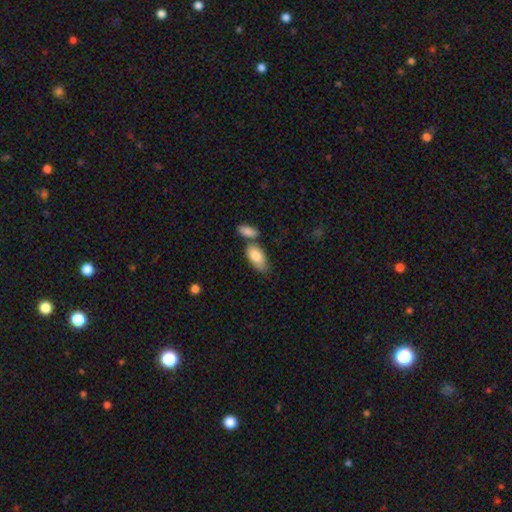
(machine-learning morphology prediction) smooth 84%, featured or disk 11%, star or artifact 6%. Down the decision tree: how rounded — in between (91%); merging — none (51%).